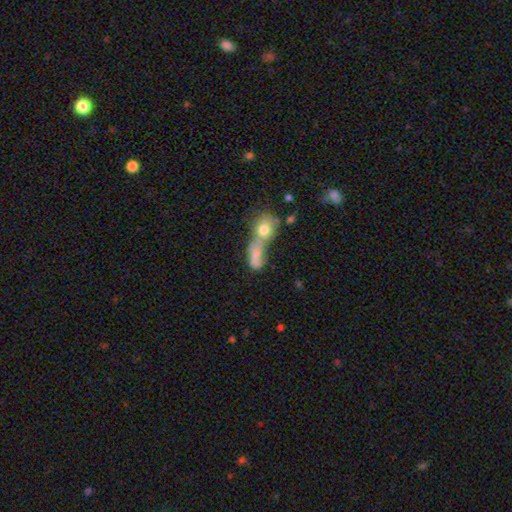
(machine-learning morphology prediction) The model was most divided on "how rounded": in between: 64%, round: 25%, cigar-shaped: 11%. More confident: merging — merger (73%); smooth or featured — smooth (66%).